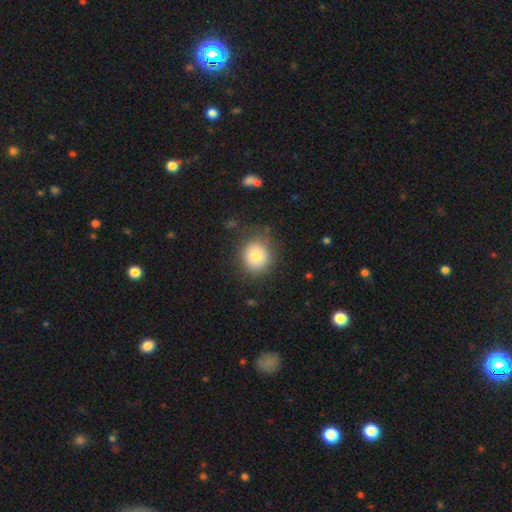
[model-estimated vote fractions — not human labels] This appears to be a smooth galaxy with no disk features (81%) that is round (85%). Merging: none (80%).